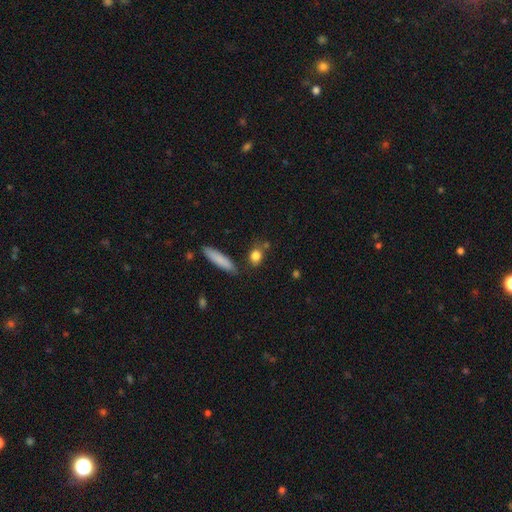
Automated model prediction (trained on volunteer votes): The model was most divided on "how rounded": in between: 45%, round: 43%, cigar-shaped: 13%. More confident: smooth or featured — smooth (83%); merging — none (72%).